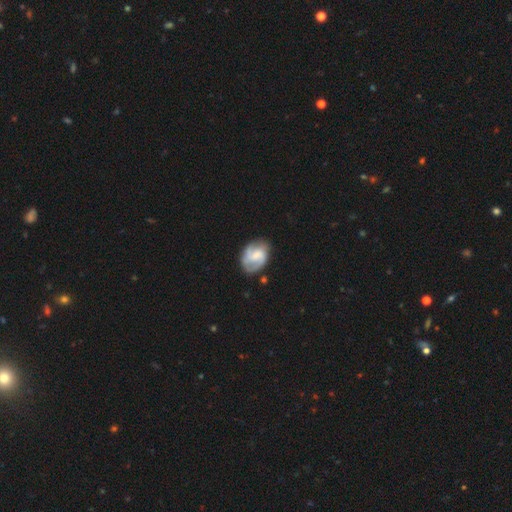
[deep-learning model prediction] Smooth or featured? Predicted: featured or disk (p=0.65). Edge-on disk? Predicted: no (p=0.97). Bar? Predicted: weak (p=0.46). Spiral arms? Predicted: yes (p=0.89). Spiral winding? Predicted: medium (p=0.46). Spiral arm count? Predicted: 2 (p=0.58). Bulge size? Predicted: small (p=0.37). Merging? Predicted: none (p=0.66).